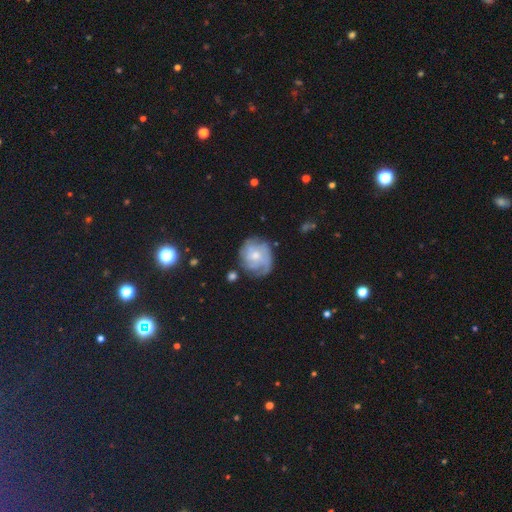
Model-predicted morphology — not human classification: Smooth or featured?
  - featured or disk: 63% *
  - smooth: 30%
  - star or artifact: 7%
Edge-on disk?
  - no: 97% *
  - yes: 3%
Bar?
  - no: 76% *
  - weak: 21%
  - strong: 3%
Spiral arms?
  - yes: 79% *
  - no: 21%
Bulge size?
  - moderate: 53% *
  - small: 37%
  - large: 5%
  - none: 4%
  - dominant: 1%
Merging?
  - none: 64% *
  - minor disturbance: 22%
  - major disturbance: 11%
  - merger: 3%